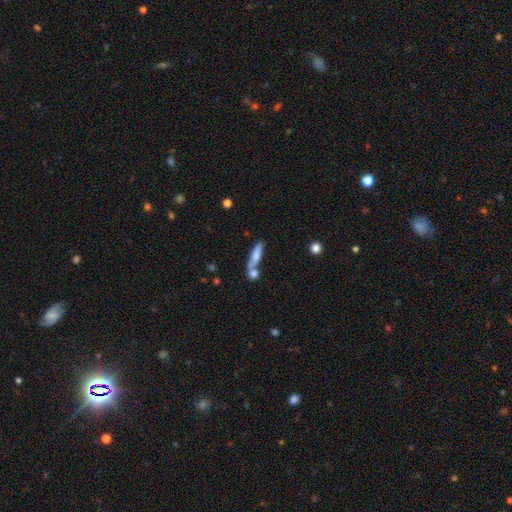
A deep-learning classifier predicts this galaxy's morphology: Smooth or featured? Predicted: smooth (p=0.70). How rounded? Predicted: cigar-shaped (p=0.71). Merging? Predicted: none (p=0.50).